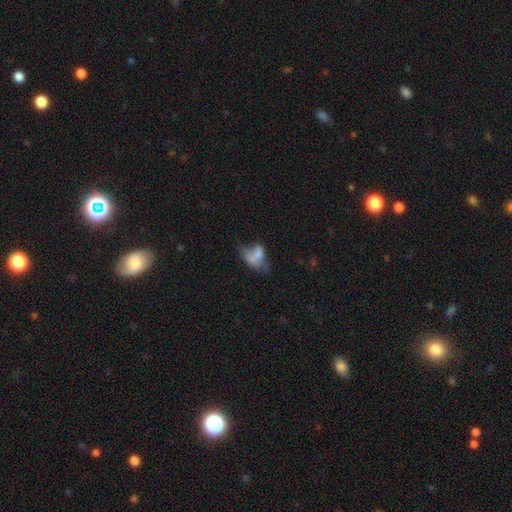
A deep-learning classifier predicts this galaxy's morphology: A smooth galaxy with no disk features (60%) that is in between round and cigar-shaped (84%).

Vote fractions:
- Smooth or featured? smooth: 60% / featured or disk: 28% / star or artifact: 12%
- How rounded? in between: 84% / round: 14% / cigar-shaped: 2%
- Merging? major disturbance: 42% / minor disturbance: 22% / none: 19% / merger: 17%